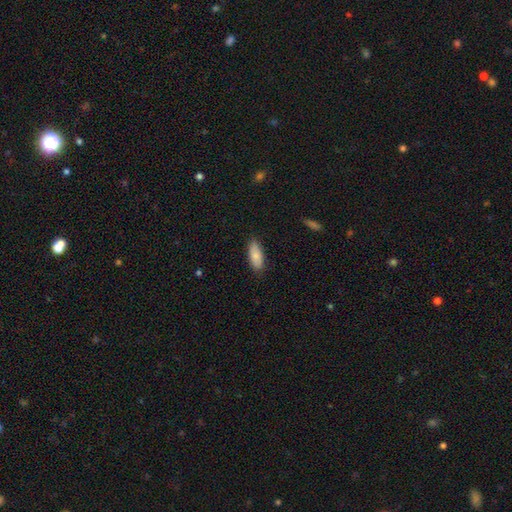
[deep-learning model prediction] Smooth or featured: smooth — 83% (featured or disk — 11%)
How rounded: in between — 80% (cigar-shaped — 18%)
Merging: none — 84% (minor disturbance — 13%)